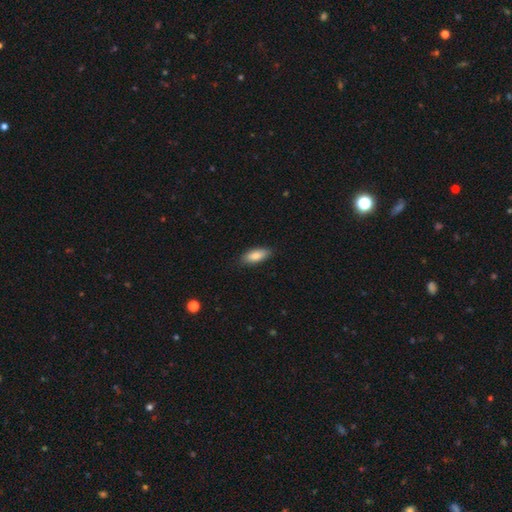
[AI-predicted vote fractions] smooth_or_featured: smooth (p=0.84) [alt: featured or disk p=0.10]
how_rounded: in between (p=0.78) [alt: cigar-shaped p=0.20]
merging: none (p=0.85) [alt: minor disturbance p=0.12]